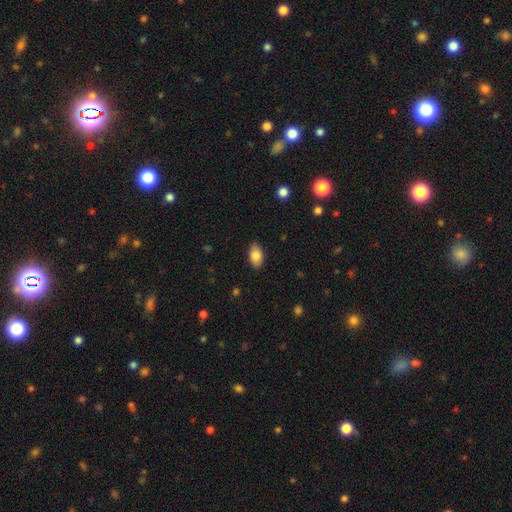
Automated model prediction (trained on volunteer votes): smooth-or-featured: smooth: 84% | featured or disk: 9% | star or artifact: 7%
  how-rounded: in between: 92% | round: 6% | cigar-shaped: 2%
  merging: none: 86% | minor disturbance: 10% | major disturbance: 2% | merger: 1%